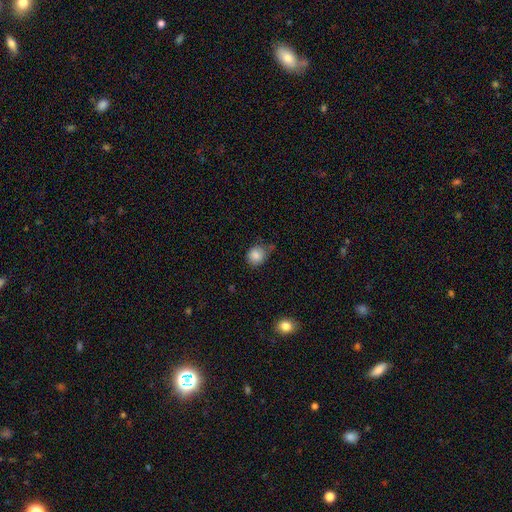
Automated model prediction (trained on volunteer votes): smooth-or-featured: smooth: 85% | star or artifact: 9% | featured or disk: 5%
  how-rounded: round: 81% | in between: 18% | cigar-shaped: 1%
  merging: none: 61% | minor disturbance: 29% | major disturbance: 6% | merger: 4%